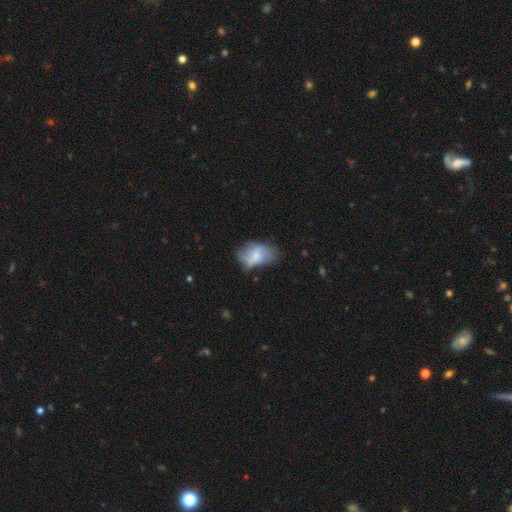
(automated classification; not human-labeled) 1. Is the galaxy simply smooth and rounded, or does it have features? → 55% smooth, 37% featured or disk, 8% star or artifact.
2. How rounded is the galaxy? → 87% in between, 11% round, 2% cigar-shaped.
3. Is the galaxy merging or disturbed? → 39% none, 35% minor disturbance, 21% major disturbance, 4% merger.